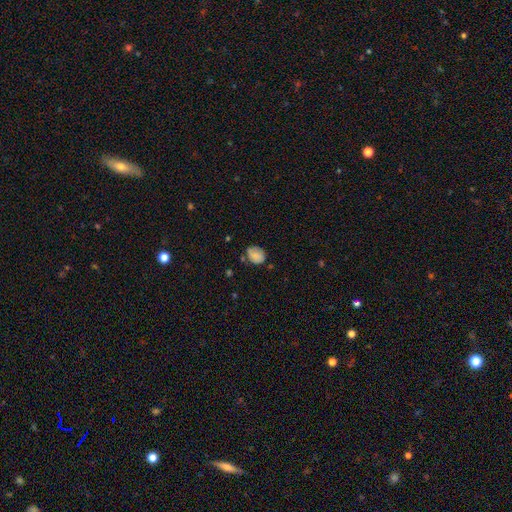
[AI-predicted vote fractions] Smooth or featured?
  - smooth: 79% *
  - featured or disk: 12%
  - star or artifact: 9%
How rounded?
  - in between: 51% *
  - round: 48%
  - cigar-shaped: 1%
Merging?
  - none: 60% *
  - minor disturbance: 29%
  - major disturbance: 7%
  - merger: 4%